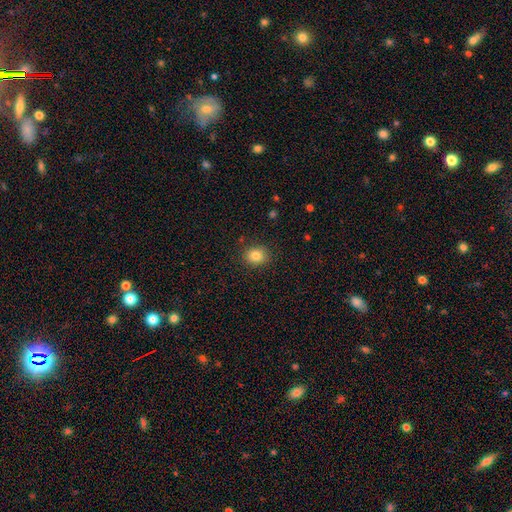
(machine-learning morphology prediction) Smooth or featured? smooth (83%)
How rounded? round (63%)
Merging? none (87%)